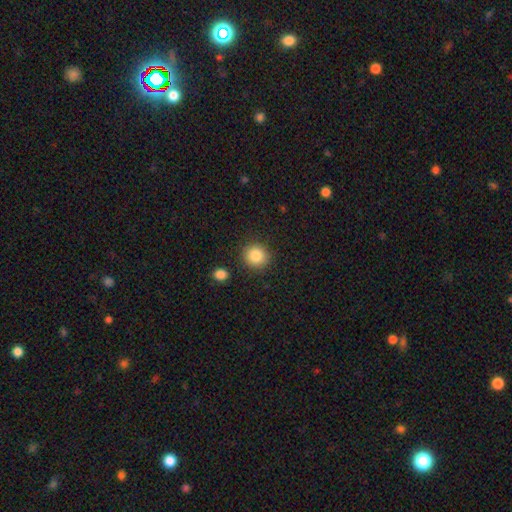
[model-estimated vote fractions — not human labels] A smooth galaxy with no disk features (86%) that is round (89%). Merging: none (88%).